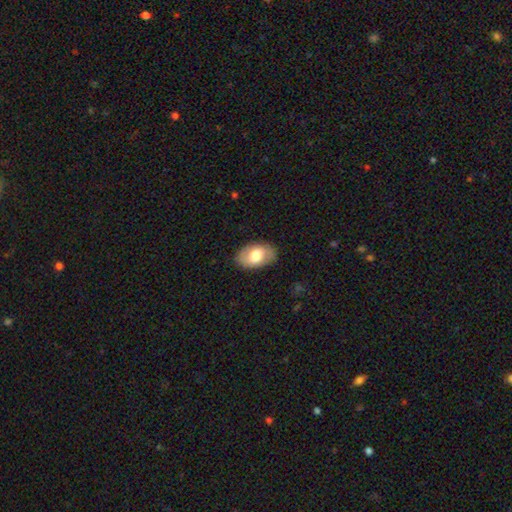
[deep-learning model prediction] A smooth galaxy with no disk features (66%) that is in between round and cigar-shaped (92%). Merging: none (83%).